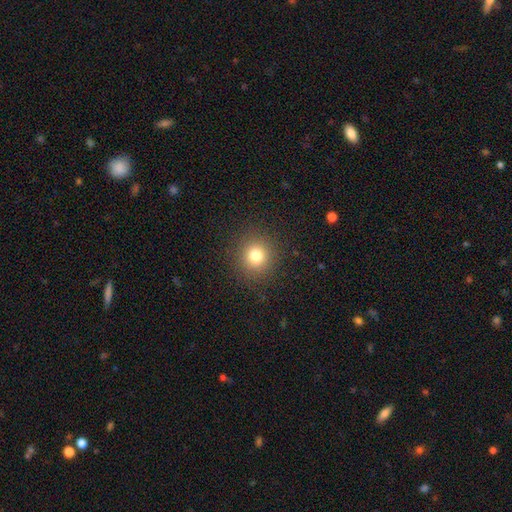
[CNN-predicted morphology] This is likely a smooth galaxy (78%). How rounded: clearly round (92%). Merging: clearly none (90%).